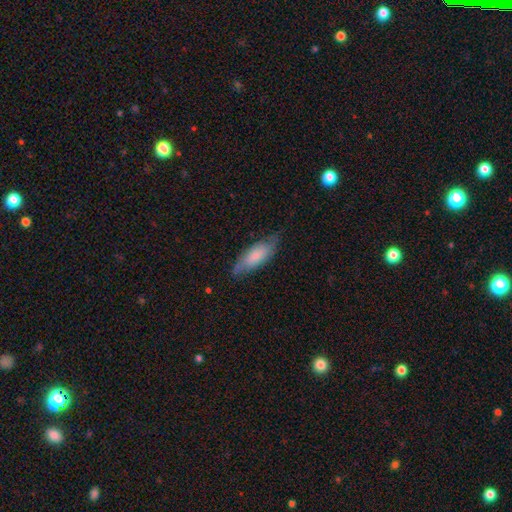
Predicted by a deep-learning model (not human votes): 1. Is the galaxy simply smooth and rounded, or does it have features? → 65% smooth, 29% featured or disk, 6% star or artifact.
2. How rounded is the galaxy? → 68% in between, 30% cigar-shaped, 2% round.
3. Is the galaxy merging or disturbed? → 70% none, 23% minor disturbance, 5% major disturbance, 1% merger.